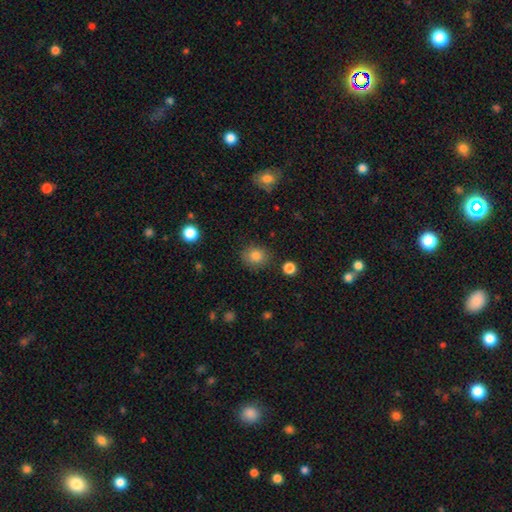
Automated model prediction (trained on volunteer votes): A smooth galaxy with no disk features (82%) that is round (75%). Merging: none (86%).